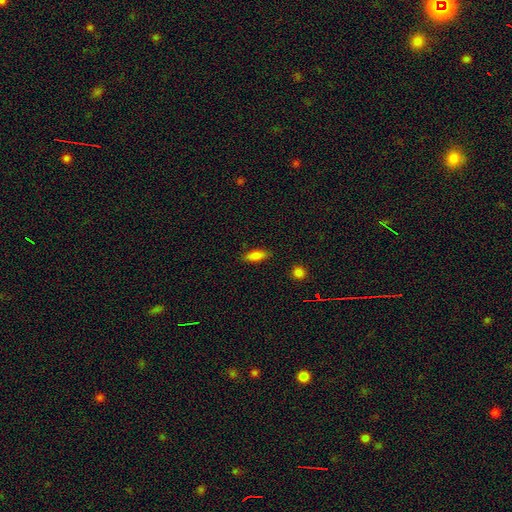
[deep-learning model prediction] Smooth or featured? Predicted: smooth (p=0.83). How rounded? Predicted: in between (p=0.74). Merging? Predicted: none (p=0.85).